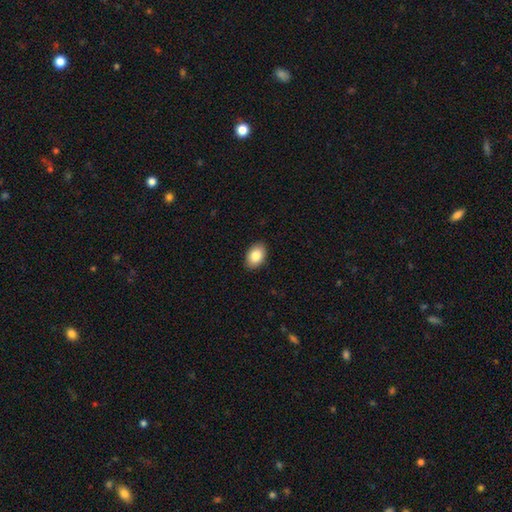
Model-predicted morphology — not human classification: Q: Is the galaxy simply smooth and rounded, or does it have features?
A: smooth — 85%.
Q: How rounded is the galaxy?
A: in between — 86%.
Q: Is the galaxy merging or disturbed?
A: none — 90%.